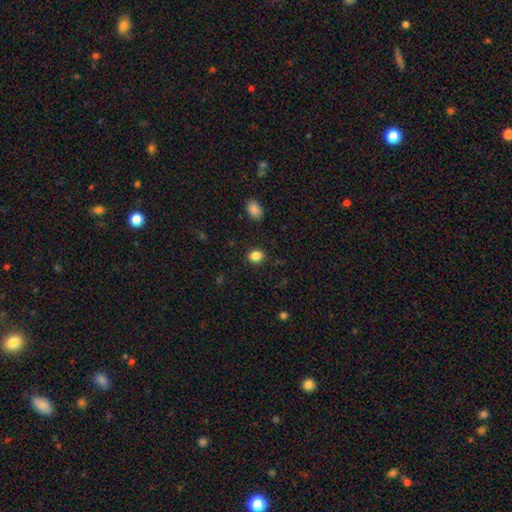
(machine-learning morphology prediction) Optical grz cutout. It shows a smooth galaxy with no disk features (86%) that is in between round and cigar-shaped (58%). Merging: none (86%).